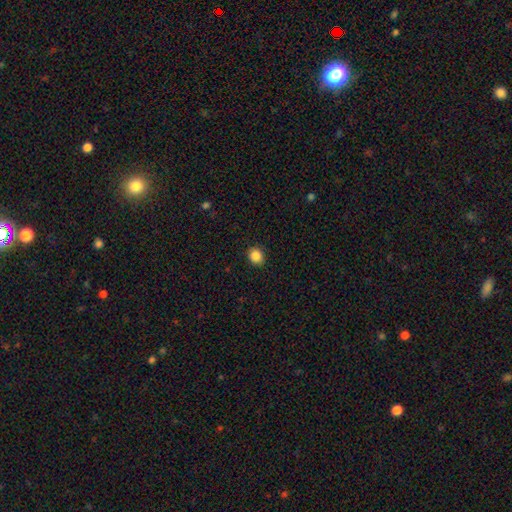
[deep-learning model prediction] This appears to be a smooth galaxy with no disk features (86%) that is round (71%). Merging: none (91%).